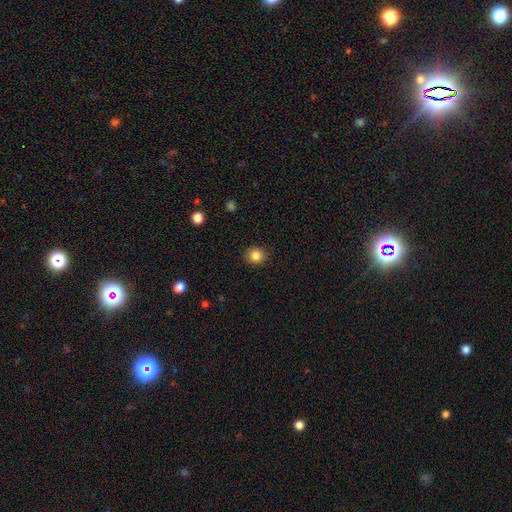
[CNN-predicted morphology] Q: Smooth or featured?
A: smooth (84%); runner-up: star or artifact (11%)
Q: How rounded?
A: round (85%); runner-up: in between (14%)
Q: Merging?
A: none (90%); runner-up: minor disturbance (7%)